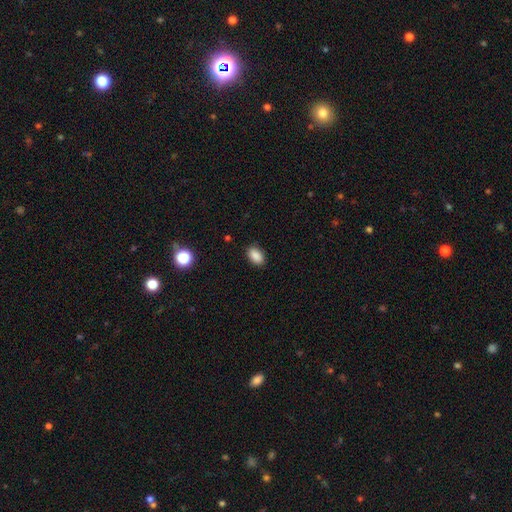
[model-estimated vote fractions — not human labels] smooth 88%, star or artifact 9%, featured or disk 3%. Down the decision tree: how rounded — in between (90%); merging — none (88%).